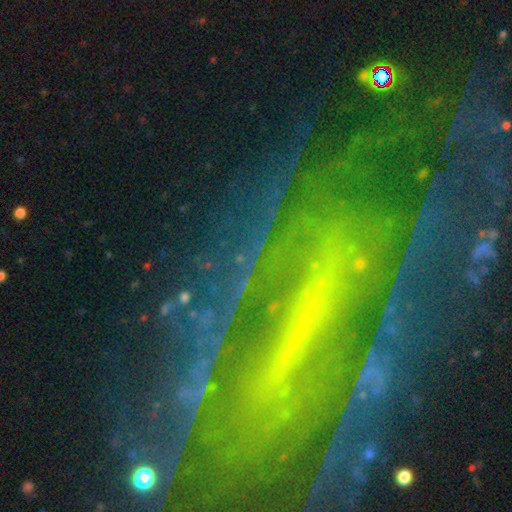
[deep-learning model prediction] A featured or disk galaxy (72%) with a strong bar (56%), spiral arms (81%) and a small central bulge (45%). Merging: none (67%).